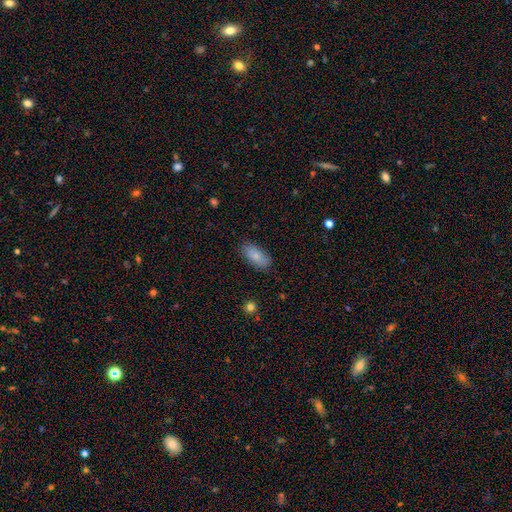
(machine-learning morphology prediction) Q: Smooth or featured?
A: smooth (82%); runner-up: featured or disk (11%)
Q: How rounded?
A: in between (90%); runner-up: cigar-shaped (7%)
Q: Merging?
A: none (82%); runner-up: minor disturbance (14%)